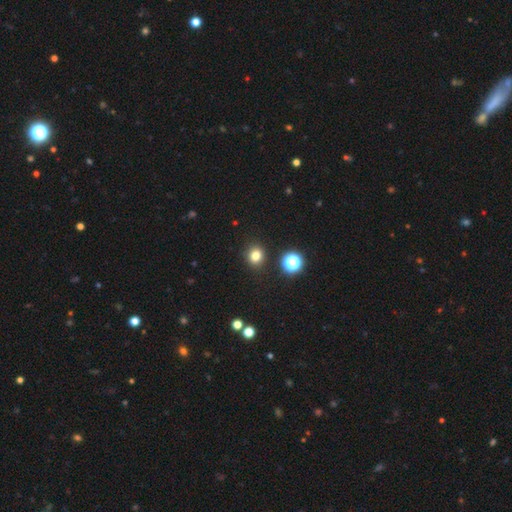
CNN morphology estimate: This appears to be a smooth galaxy with no disk features (79%) that is round (80%). Merging: none (90%).